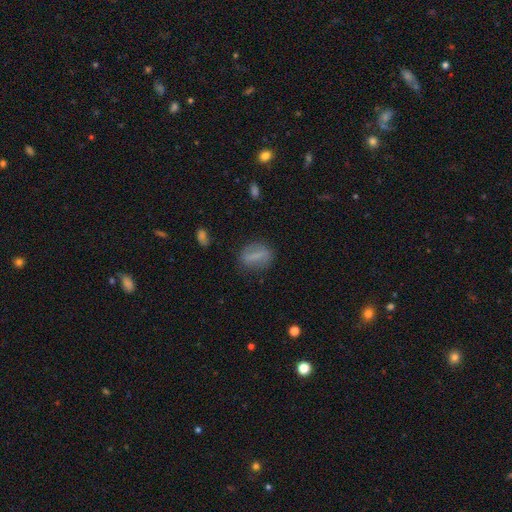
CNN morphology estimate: Overall: smooth (56%; featured or disk 34%). How rounded: in between (59%; round 23%). Merging: none (78%).